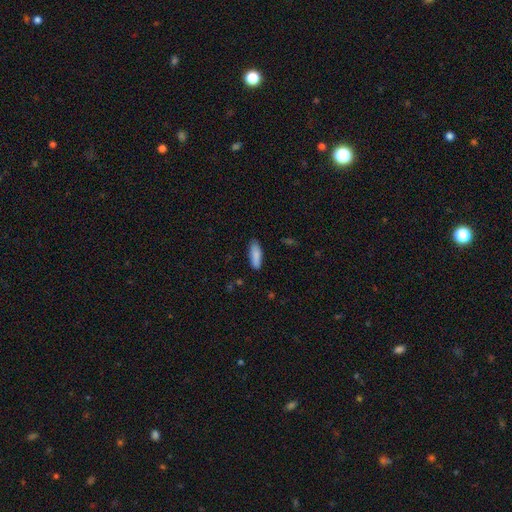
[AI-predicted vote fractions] smooth-or-featured: smooth: 88% | star or artifact: 6% | featured or disk: 6%
  how-rounded: in between: 60% | cigar-shaped: 39% | round: 2%
  merging: none: 84% | minor disturbance: 13% | major disturbance: 2% | merger: 1%